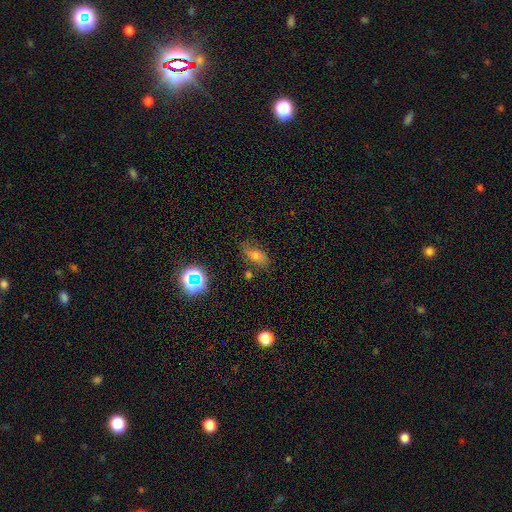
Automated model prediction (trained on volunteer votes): Smooth or featured: smooth — 53% (featured or disk — 26%)
How rounded: in between — 77% (round — 12%)
Merging: none — 68% (minor disturbance — 22%)